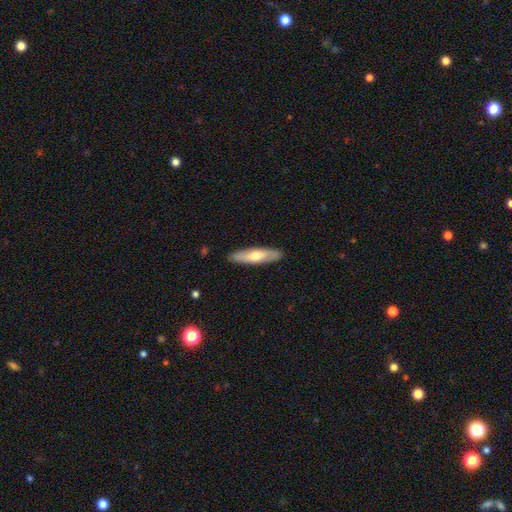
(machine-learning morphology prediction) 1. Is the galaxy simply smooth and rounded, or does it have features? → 58% smooth, 37% featured or disk, 5% star or artifact.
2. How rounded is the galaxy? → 74% cigar-shaped, 24% in between, 2% round.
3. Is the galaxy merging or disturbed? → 89% none, 8% minor disturbance, 2% major disturbance, 1% merger.